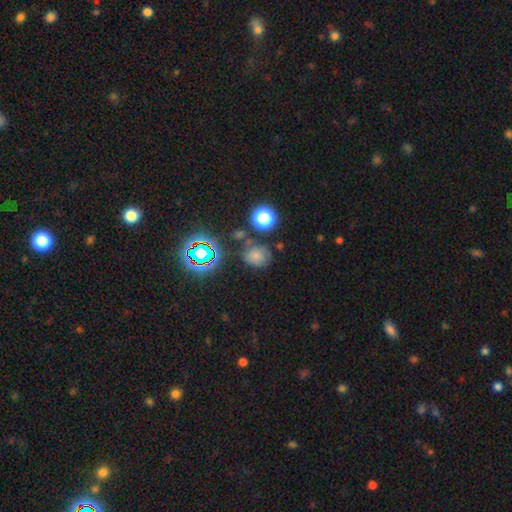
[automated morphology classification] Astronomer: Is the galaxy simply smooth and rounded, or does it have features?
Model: smooth — 65%.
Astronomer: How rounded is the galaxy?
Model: round — 71%.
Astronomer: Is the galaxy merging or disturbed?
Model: none — 68%.